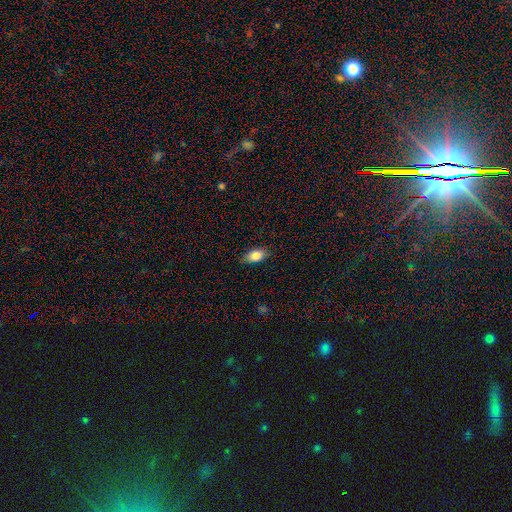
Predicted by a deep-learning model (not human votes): This is clearly a smooth galaxy (84%). How rounded: clearly in between (89%). Merging: clearly none (83%).